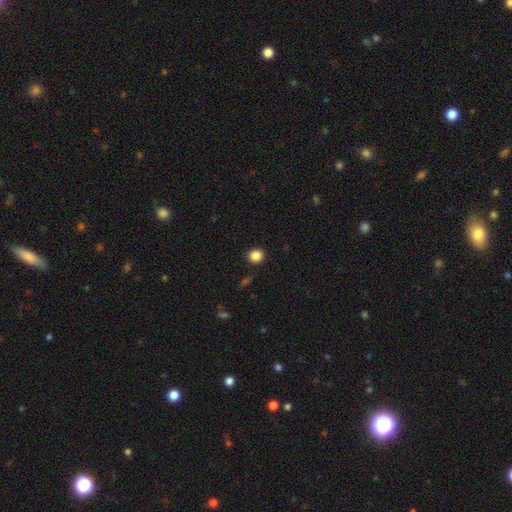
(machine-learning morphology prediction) Overall: smooth (86%). How rounded: round (81%). Merging: none (88%).